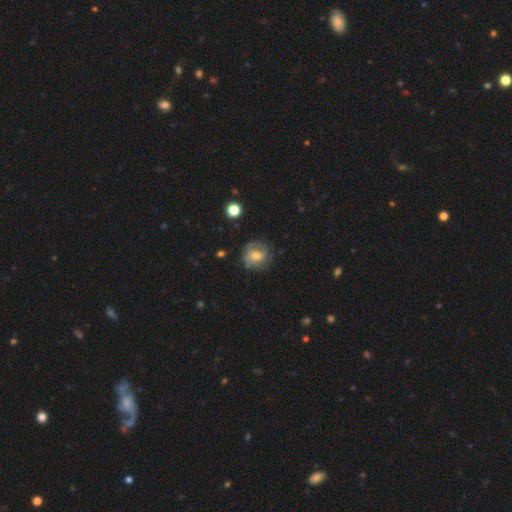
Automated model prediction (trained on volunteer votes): Smooth or featured?
  - smooth: 46% *
  - featured or disk: 45%
  - star or artifact: 9%
Merging?
  - none: 68% *
  - minor disturbance: 21%
  - major disturbance: 9%
  - merger: 2%